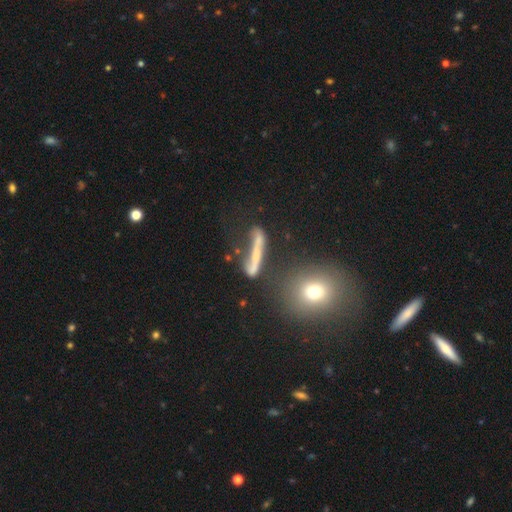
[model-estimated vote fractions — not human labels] Overall: smooth (44%; featured or disk 42%). Merging: none (46%; major disturbance 19%).